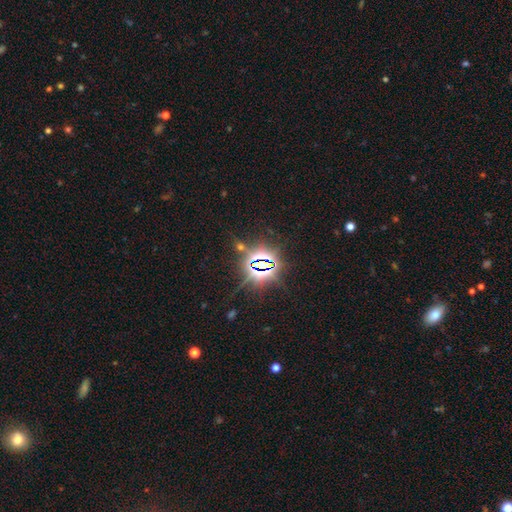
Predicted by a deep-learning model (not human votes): Smooth or featured? star or artifact (82%)